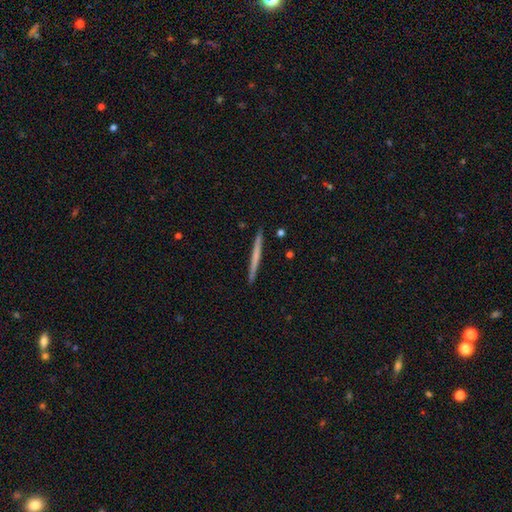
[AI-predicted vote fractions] A smooth galaxy with no disk features (49%). Merging: none (92%).